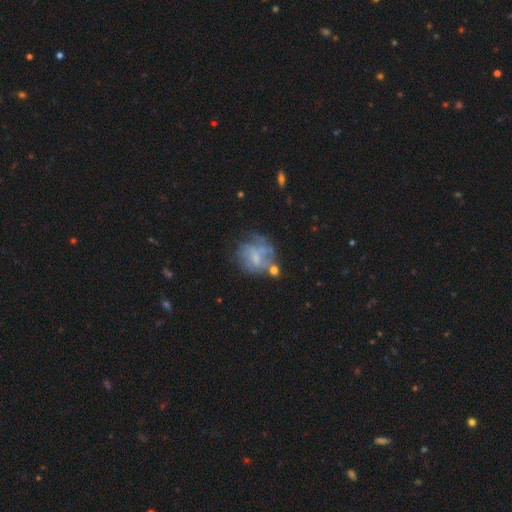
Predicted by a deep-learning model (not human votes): Morphology: type=featured or disk (58%); edge-on=no (98%); bar=no (57%); spiral arms=yes (53%); bulge=small (40%); merging=none (43%).